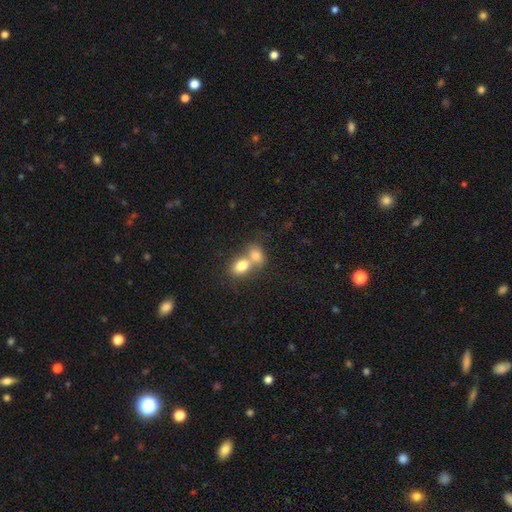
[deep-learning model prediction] Smooth or featured: smooth — 78% (featured or disk — 14%)
How rounded: in between — 68% (round — 31%)
Merging: merger — 69% (none — 22%)